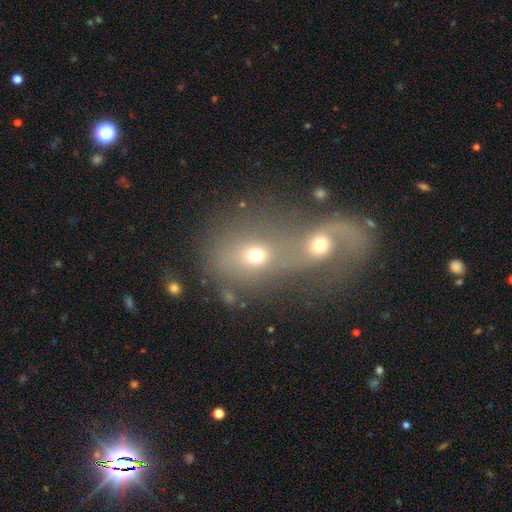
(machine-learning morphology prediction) The model was most divided on "how rounded": round: 60%, in between: 38%, cigar-shaped: 2%. More confident: merging — merger (67%); smooth or featured — smooth (64%).